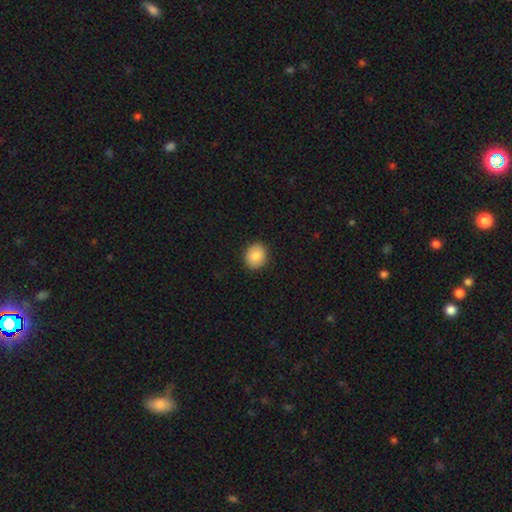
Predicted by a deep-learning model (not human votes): Smooth or featured? Predicted: smooth (p=0.85). How rounded? Predicted: round (p=0.76). Merging? Predicted: none (p=0.91).